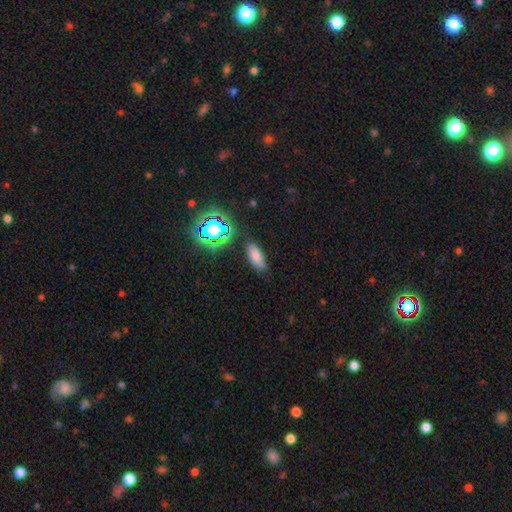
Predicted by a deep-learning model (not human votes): Smooth or featured? smooth (72%)
How rounded? in between (79%)
Merging? none (78%)